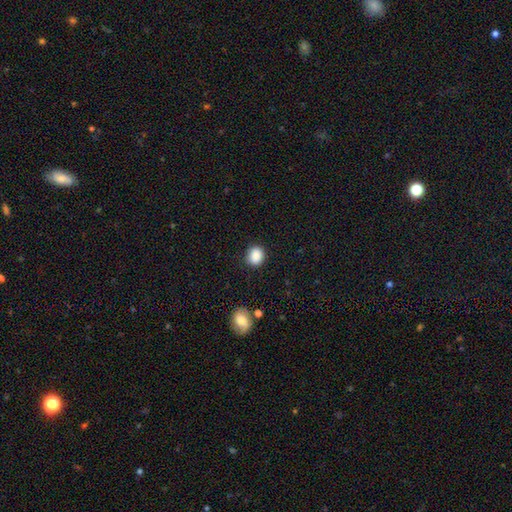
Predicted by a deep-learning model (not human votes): A smooth galaxy with no disk features (88%) that is round (69%).

Vote fractions:
- Smooth or featured? smooth: 88% / star or artifact: 9% / featured or disk: 4%
- How rounded? round: 69% / in between: 30% / cigar-shaped: 1%
- Merging? none: 83% / minor disturbance: 12% / major disturbance: 3% / merger: 2%